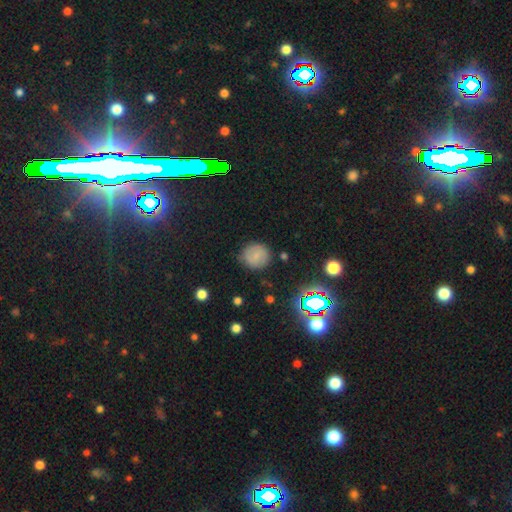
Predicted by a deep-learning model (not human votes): This appears to be a smooth galaxy with no disk features (58%) that is round (87%). Merging: none (82%).